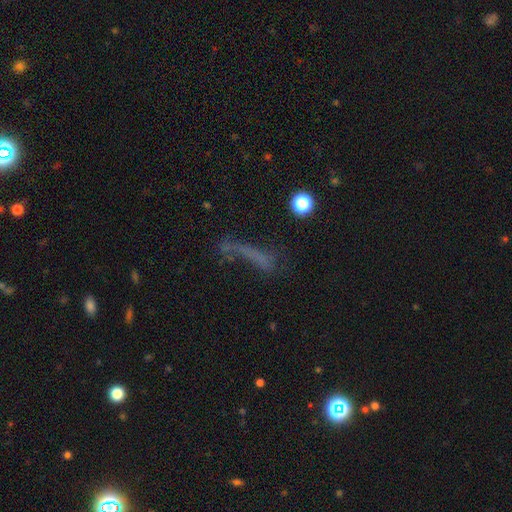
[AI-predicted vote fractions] The model was most divided on "smooth or featured": smooth: 46%, featured or disk: 31%, star or artifact: 24%. Remaining: merging — none (44%).